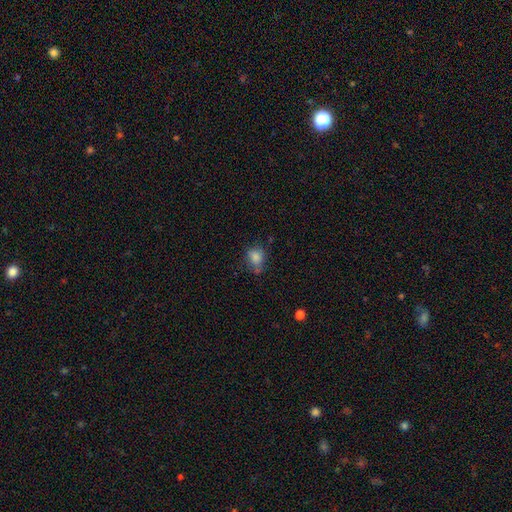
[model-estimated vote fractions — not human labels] A smooth galaxy with no disk features (79%) that is round (58%). Merging: none (54%).